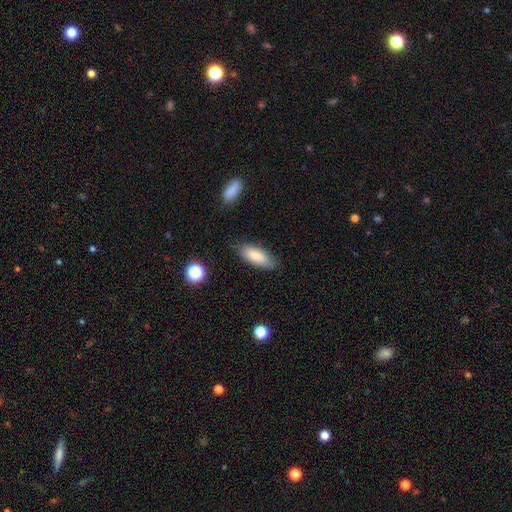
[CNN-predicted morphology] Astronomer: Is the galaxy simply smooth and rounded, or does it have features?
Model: smooth — 77%.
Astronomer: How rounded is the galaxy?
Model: in between — 69%.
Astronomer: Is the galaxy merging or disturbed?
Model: none — 81%.